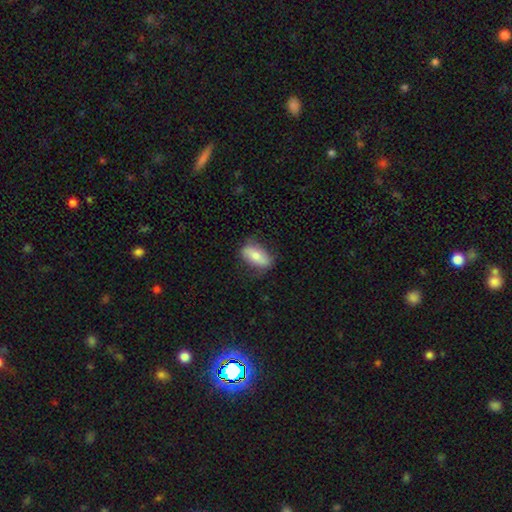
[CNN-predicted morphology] type=smooth (67%); roundness=in between (86%); merging=none (74%).